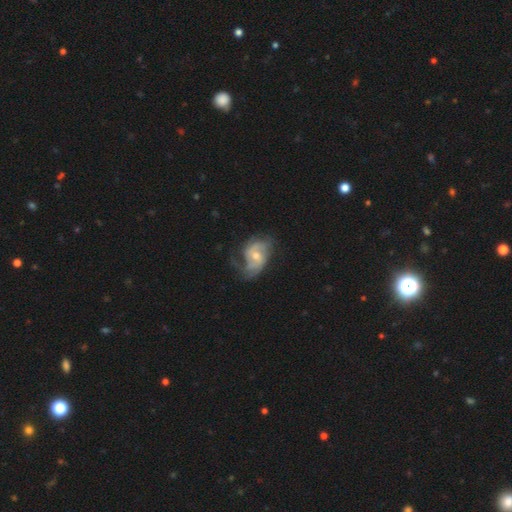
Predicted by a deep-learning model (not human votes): This is likely a featured or disk galaxy (78%). It is clearly not viewed edge-on (97%). Bar: possibly no (51%). Spiral arm pattern: clearly yes (91%). Spiral arm count: possibly 2 (55%). Spiral winding: marginally medium (44%). Central bulge: possibly moderate (56%). Merging: possibly none (50%).